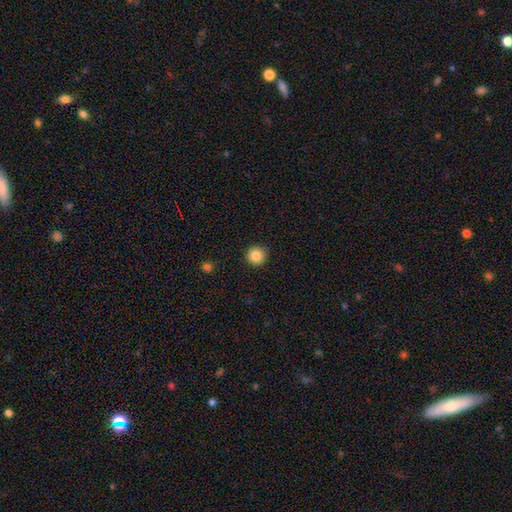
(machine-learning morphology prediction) smooth-or-featured: smooth: 85% | star or artifact: 10% | featured or disk: 5%
  how-rounded: round: 95% | in between: 4% | cigar-shaped: 1%
  merging: none: 91% | minor disturbance: 6% | major disturbance: 2% | merger: 1%